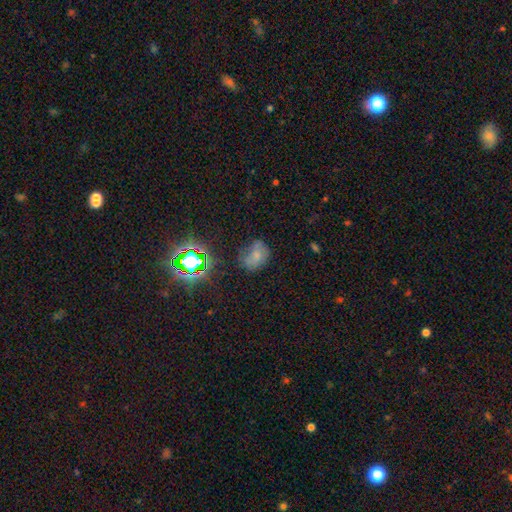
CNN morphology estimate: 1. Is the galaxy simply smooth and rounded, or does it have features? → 54% smooth, 25% star or artifact, 21% featured or disk.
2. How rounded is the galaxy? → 59% in between, 40% round, 1% cigar-shaped.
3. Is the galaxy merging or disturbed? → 51% none, 29% minor disturbance, 14% major disturbance, 7% merger.